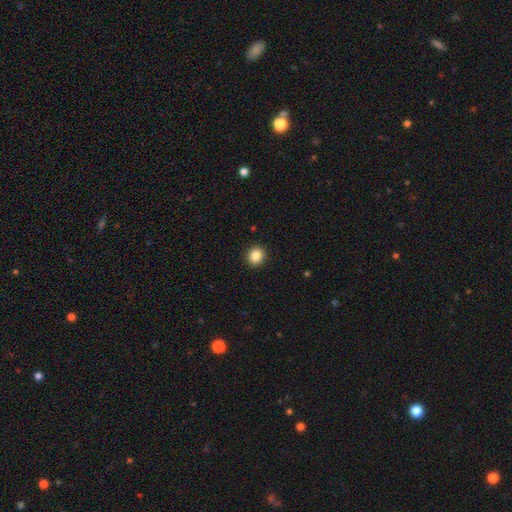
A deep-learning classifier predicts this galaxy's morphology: smooth 86%, star or artifact 10%, featured or disk 4%. Down the decision tree: how rounded — round (78%); merging — none (92%).